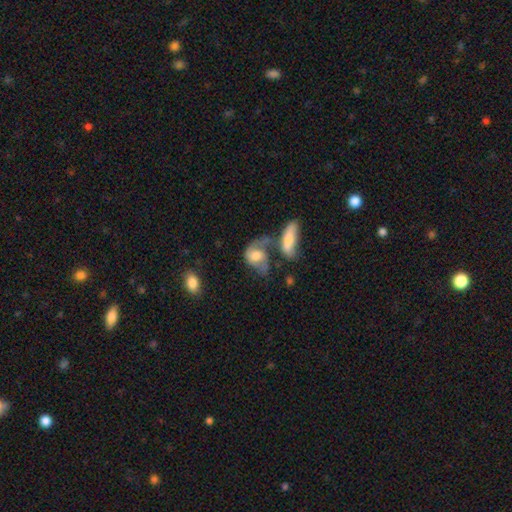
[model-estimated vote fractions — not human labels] Smooth or featured? Predicted: smooth (p=0.48). Merging? Predicted: merger (p=0.47).